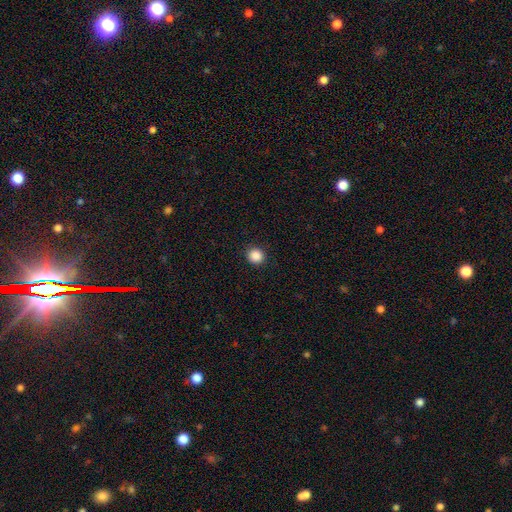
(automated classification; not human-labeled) Smooth or featured: smooth — 88% (star or artifact — 10%)
How rounded: round — 91% (in between — 8%)
Merging: none — 92% (minor disturbance — 5%)